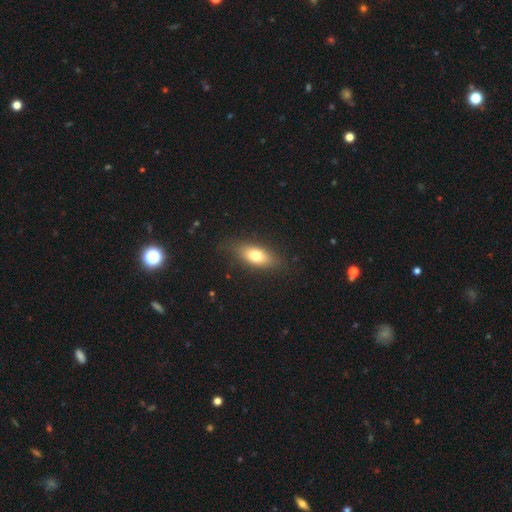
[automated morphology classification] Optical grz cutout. It shows a smooth galaxy with no disk features (73%) that is in between round and cigar-shaped (78%). Merging: none (81%).